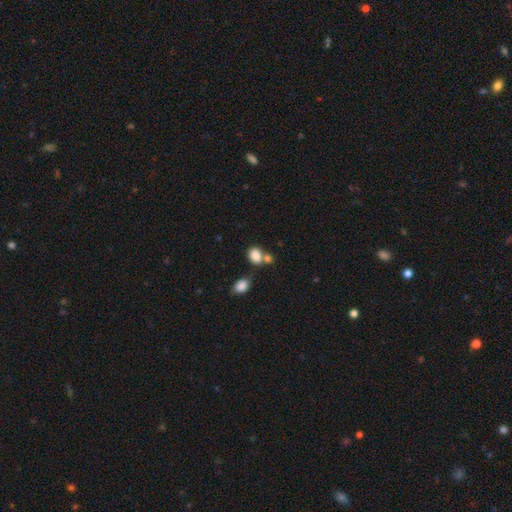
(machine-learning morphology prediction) The model was most divided on "merging": none: 44%, merger: 39%, minor disturbance: 12%, major disturbance: 5%. More confident: smooth or featured — smooth (84%); how rounded — in between (59%).